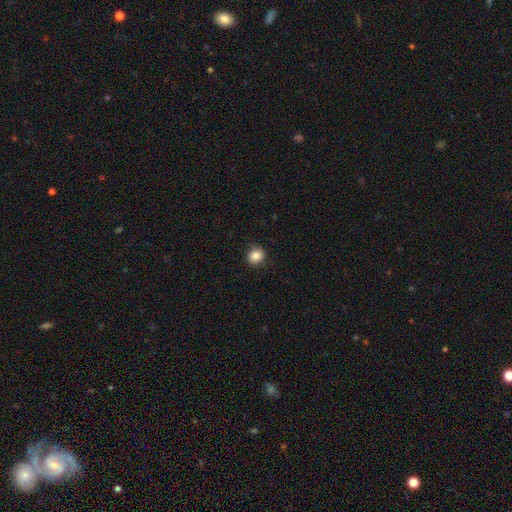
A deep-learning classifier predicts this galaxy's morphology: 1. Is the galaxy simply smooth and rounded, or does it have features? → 84% smooth, 10% star or artifact, 5% featured or disk.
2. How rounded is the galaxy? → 82% round, 17% in between, 1% cigar-shaped.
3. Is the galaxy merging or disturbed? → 88% none, 9% minor disturbance, 2% major disturbance, 1% merger.